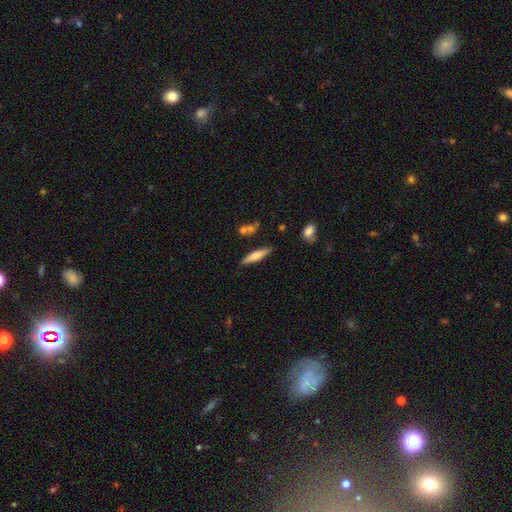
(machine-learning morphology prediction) A smooth galaxy with no disk features (60%) that is cigar-shaped (80%).

Vote fractions:
- Smooth or featured? smooth: 60% / featured or disk: 33% / star or artifact: 6%
- How rounded? cigar-shaped: 80% / in between: 18% / round: 2%
- Merging? none: 80% / minor disturbance: 12% / merger: 6% / major disturbance: 3%